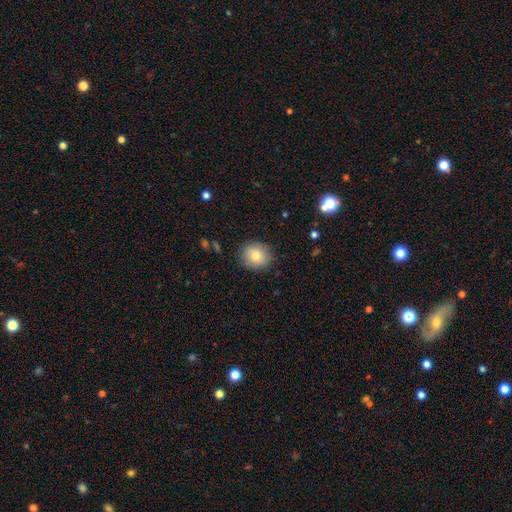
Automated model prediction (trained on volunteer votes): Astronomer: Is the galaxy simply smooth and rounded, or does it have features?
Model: smooth — 78%.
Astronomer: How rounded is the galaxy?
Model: round — 80%.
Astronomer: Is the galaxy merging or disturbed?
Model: none — 86%.